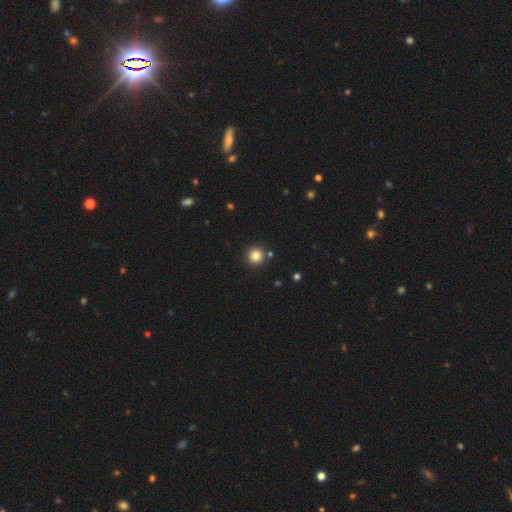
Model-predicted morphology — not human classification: Smooth or featured: smooth — 83% (star or artifact — 12%)
How rounded: round — 95% (in between — 4%)
Merging: none — 88% (minor disturbance — 6%)